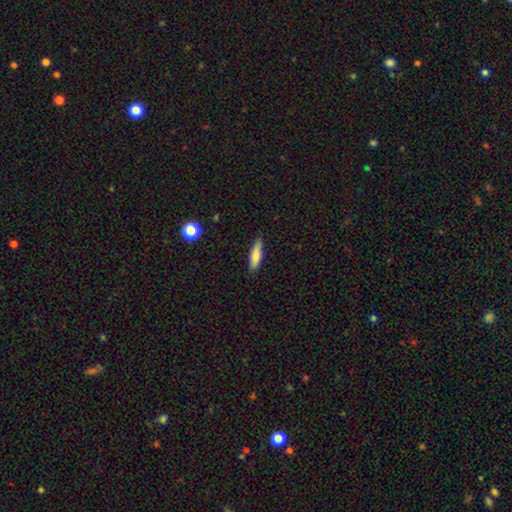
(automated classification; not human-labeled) This is likely a smooth galaxy (79%). How rounded: likely cigar-shaped (69%). Merging: clearly none (82%).